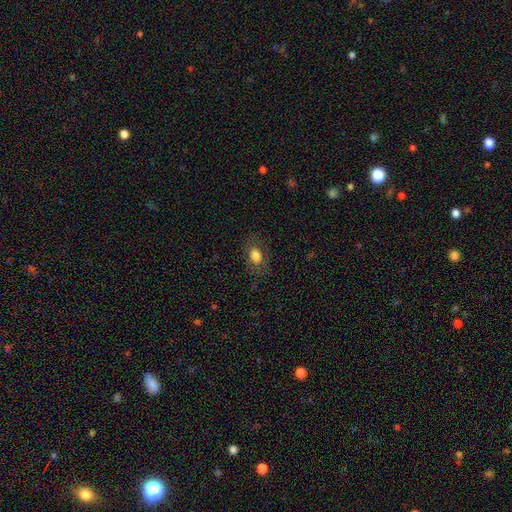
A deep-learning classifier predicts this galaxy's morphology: Smooth or featured: smooth — 77% (featured or disk — 14%)
How rounded: in between — 79% (round — 20%)
Merging: none — 80% (minor disturbance — 13%)